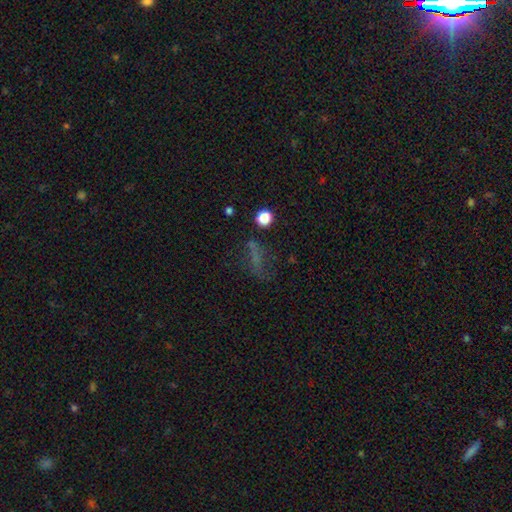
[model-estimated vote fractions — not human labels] Smooth or featured? smooth (42%)
Merging? none (51%)